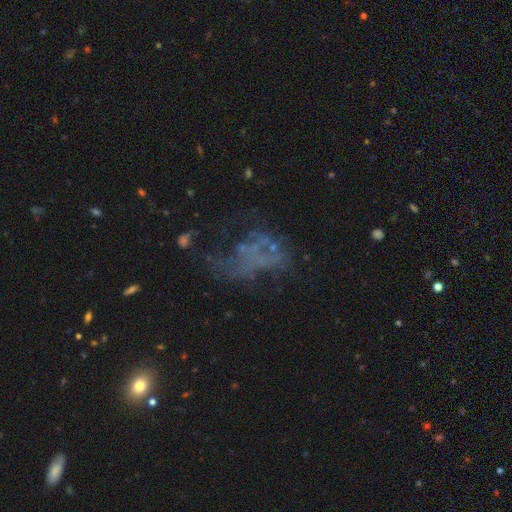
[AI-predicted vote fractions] Smooth or featured?
  - featured or disk: 50% *
  - star or artifact: 30%
  - smooth: 21%
Merging?
  - major disturbance: 45% *
  - none: 32%
  - minor disturbance: 15%
  - merger: 8%